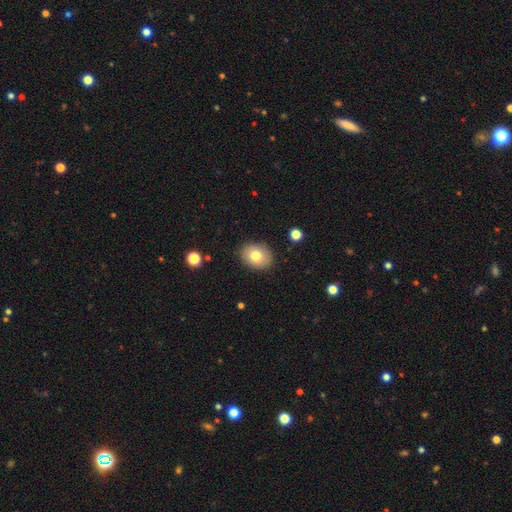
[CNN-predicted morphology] This appears to be a smooth galaxy with no disk features (78%) that is in between round and cigar-shaped (57%). Merging: none (87%).